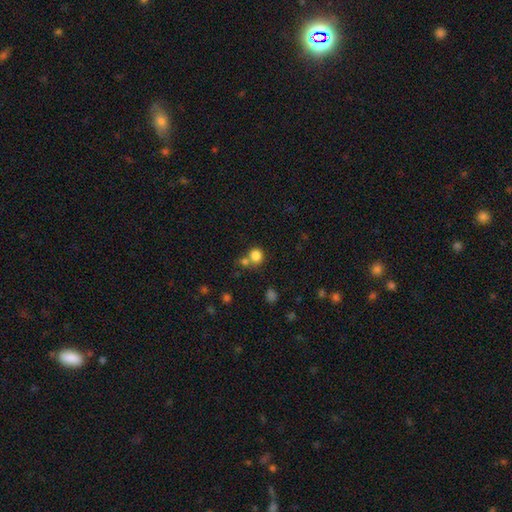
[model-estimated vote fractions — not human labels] This appears to be a smooth galaxy with no disk features (82%) that is round (78%). Merging: none (57%).